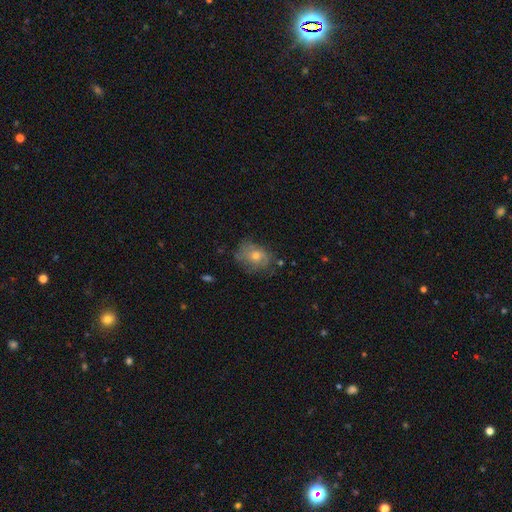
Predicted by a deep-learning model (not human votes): Smooth or featured: smooth — 46% (featured or disk — 42%)
Merging: none — 64% (minor disturbance — 24%)